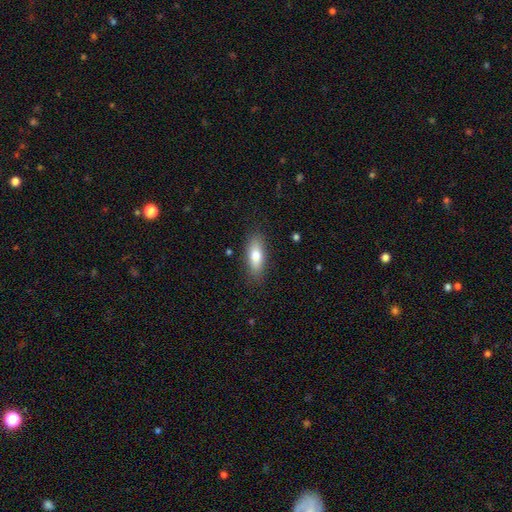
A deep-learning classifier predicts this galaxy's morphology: smooth-or-featured: smooth: 76% | featured or disk: 17% | star or artifact: 7%
  how-rounded: in between: 68% | cigar-shaped: 29% | round: 3%
  merging: none: 85% | minor disturbance: 11% | major disturbance: 3% | merger: 1%